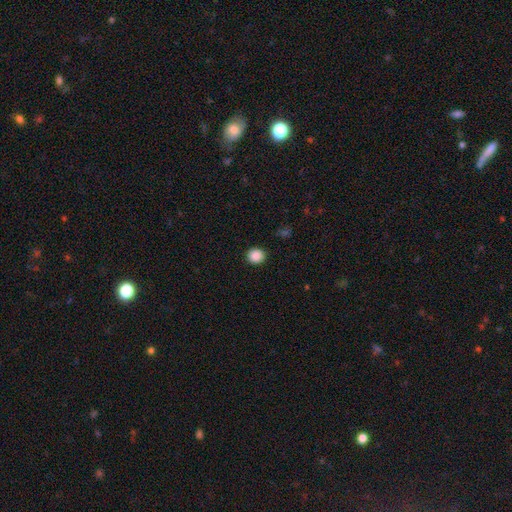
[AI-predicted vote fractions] A smooth galaxy with no disk features (89%) that is round (89%).

Vote fractions:
- Smooth or featured? smooth: 89% / star or artifact: 9% / featured or disk: 3%
- How rounded? round: 89% / in between: 10% / cigar-shaped: 1%
- Merging? none: 92% / minor disturbance: 5% / major disturbance: 2% / merger: 1%